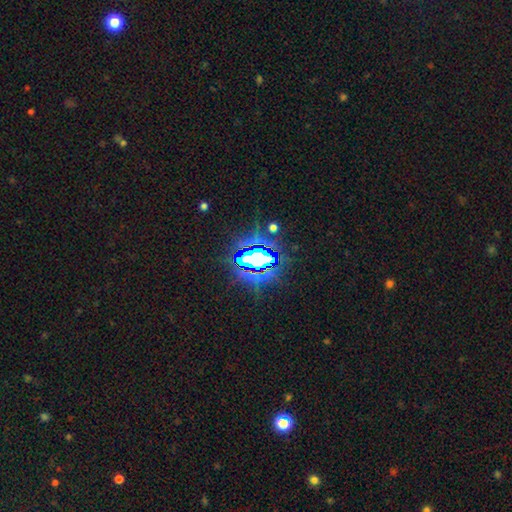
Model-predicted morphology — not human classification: This is likely a star or artifact rather than a galaxy (74%).